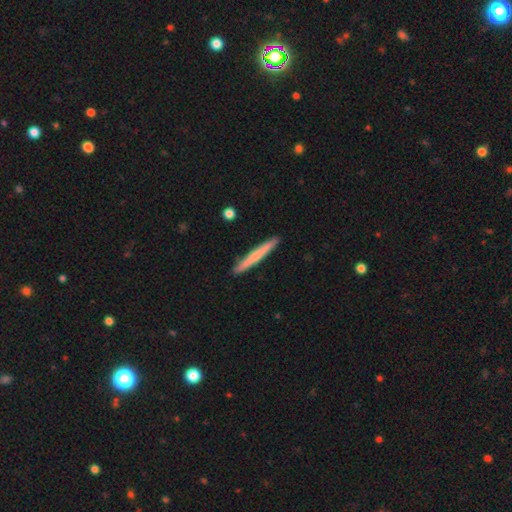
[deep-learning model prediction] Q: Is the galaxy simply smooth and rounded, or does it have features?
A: smooth — 58%.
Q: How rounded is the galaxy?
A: cigar-shaped — 97%.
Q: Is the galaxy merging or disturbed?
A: none — 91%.